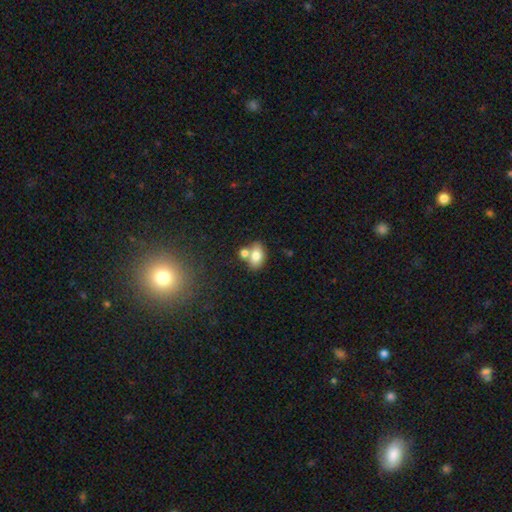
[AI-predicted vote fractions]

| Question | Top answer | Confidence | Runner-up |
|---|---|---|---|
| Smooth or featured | smooth | 78% | featured or disk (13%) |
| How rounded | in between | 83% | round (15%) |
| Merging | none | 52% | merger (32%) |